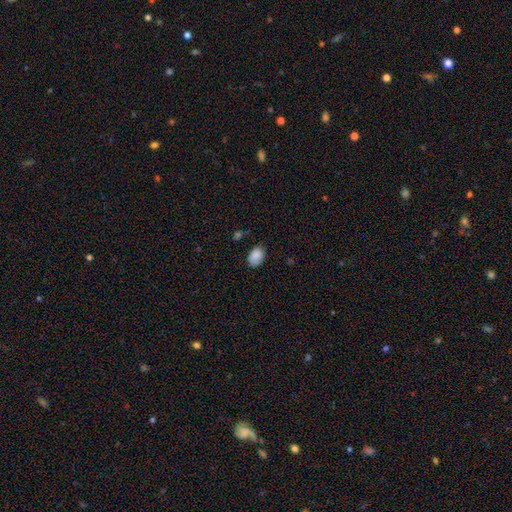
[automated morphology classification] This appears to be a smooth galaxy with no disk features (87%) that is in between round and cigar-shaped (79%). Merging: none (72%).